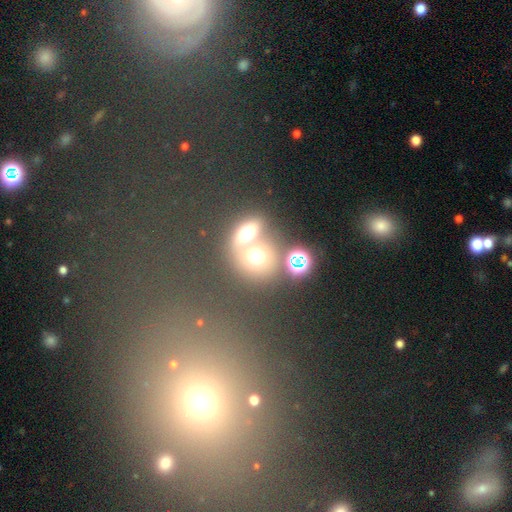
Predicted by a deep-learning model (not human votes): Overall: smooth (62%). How rounded: round (58%; in between 40%). Merging: merger (57%; none 30%).